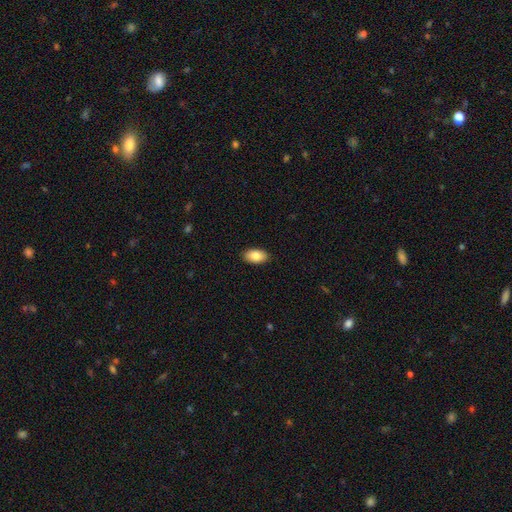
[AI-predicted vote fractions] This appears to be a smooth galaxy with no disk features (85%) that is in between round and cigar-shaped (94%). Merging: none (90%).